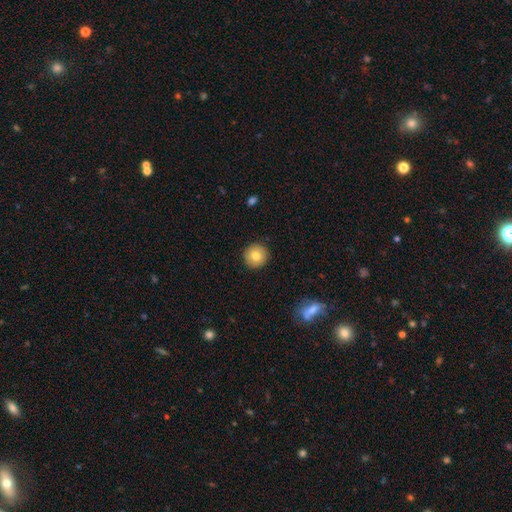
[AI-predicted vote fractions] This appears to be a smooth galaxy with no disk features (81%) that is round (95%). Merging: none (92%).